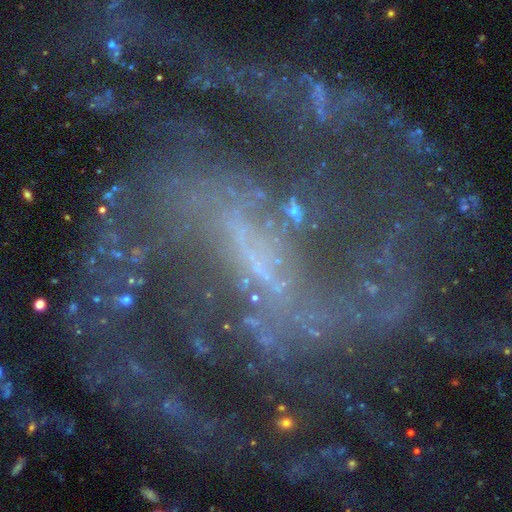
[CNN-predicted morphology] Smooth or featured: featured or disk — 70% (star or artifact — 21%)
Edge-on disk: no — 93% (yes — 7%)
Bar: strong — 39% (weak — 31%)
Spiral arms: yes — 74% (no — 26%)
Bulge size: none — 47% (small — 36%)
Merging: none — 45% (major disturbance — 29%)